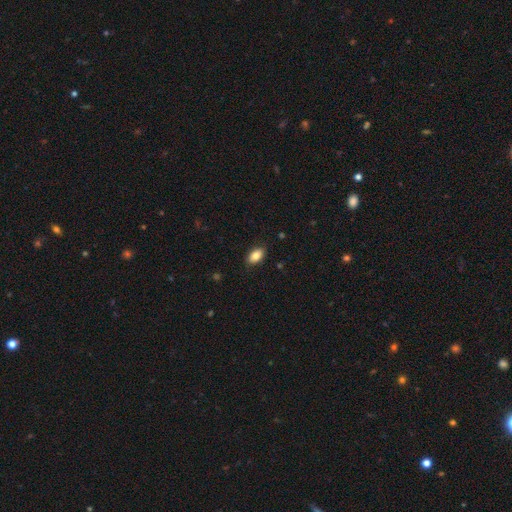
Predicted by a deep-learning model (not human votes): Smooth or featured: smooth — 84% (featured or disk — 9%)
How rounded: in between — 91% (round — 7%)
Merging: none — 87% (minor disturbance — 10%)